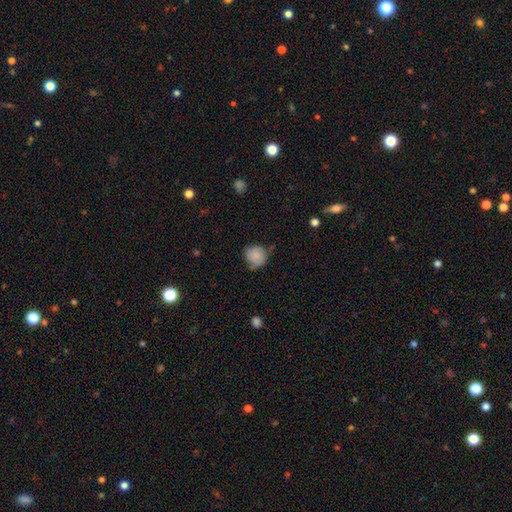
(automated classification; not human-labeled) Smooth or featured? smooth (73%)
How rounded? round (81%)
Merging? none (51%)